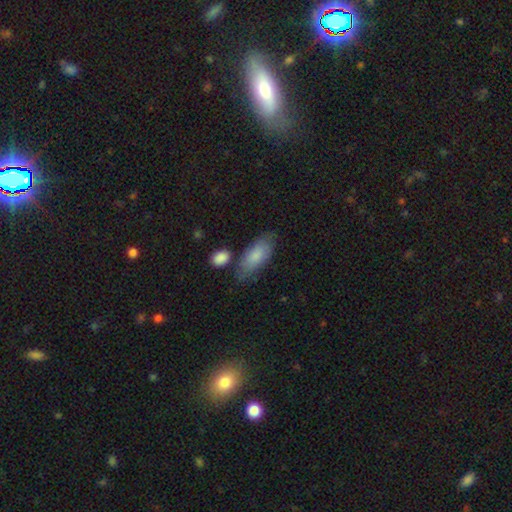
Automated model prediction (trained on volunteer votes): smooth_or_featured: smooth (p=0.78) [alt: featured or disk p=0.16]
how_rounded: in between (p=0.82) [alt: cigar-shaped p=0.15]
merging: none (p=0.65) [alt: minor disturbance p=0.21]